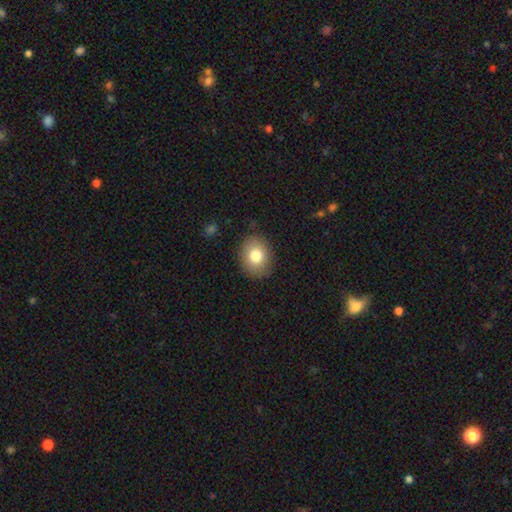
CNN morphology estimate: Smooth or featured? smooth (79%)
How rounded? round (52%)
Merging? none (86%)